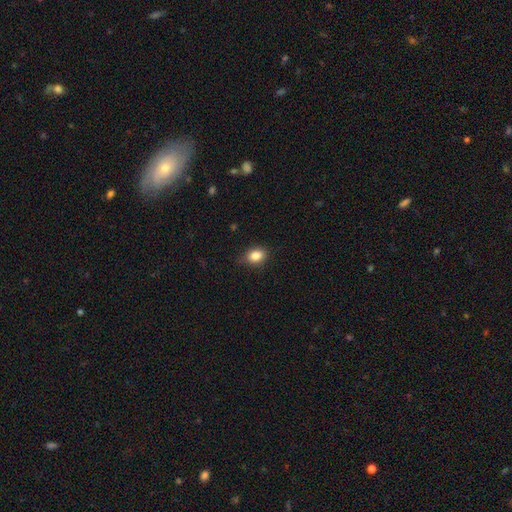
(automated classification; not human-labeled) A smooth galaxy with no disk features (84%) that is in between round and cigar-shaped (61%). Merging: none (78%).